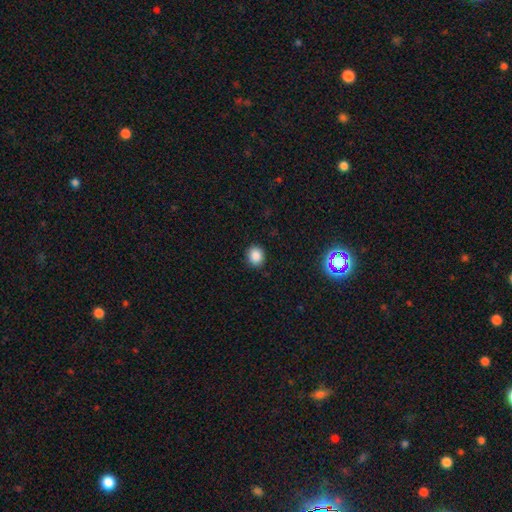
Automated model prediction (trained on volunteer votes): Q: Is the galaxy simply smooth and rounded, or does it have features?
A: smooth — 85%.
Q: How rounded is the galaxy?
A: round — 81%.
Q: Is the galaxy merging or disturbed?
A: none — 89%.